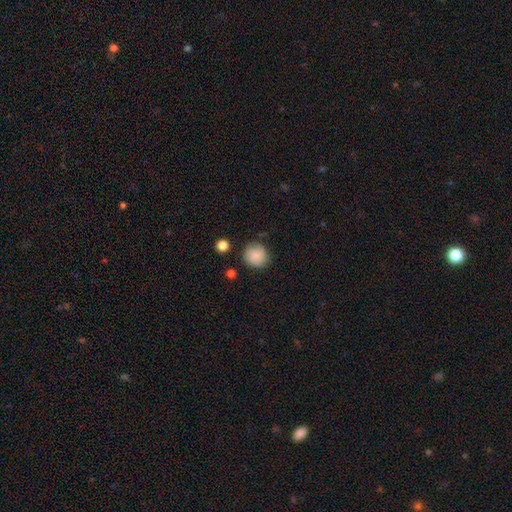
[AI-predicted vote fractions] This appears to be a smooth galaxy with no disk features (82%) that is round (88%). Merging: none (80%).